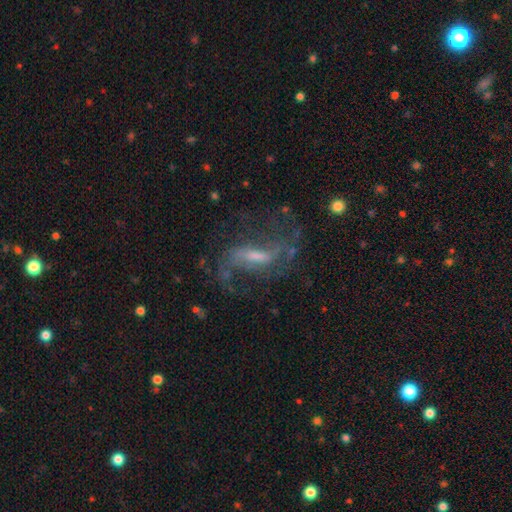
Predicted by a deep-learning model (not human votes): Smooth or featured: featured or disk — 81% (smooth — 10%)
Edge-on disk: no — 91% (yes — 9%)
Bar: strong — 48% (weak — 40%)
Spiral arms: yes — 91% (no — 9%)
Spiral winding: loose — 64% (medium — 28%)
Spiral arm count: 2 — 83% (can't tell — 7%)
Bulge size: small — 42% (moderate — 33%)
Merging: none — 58% (major disturbance — 22%)